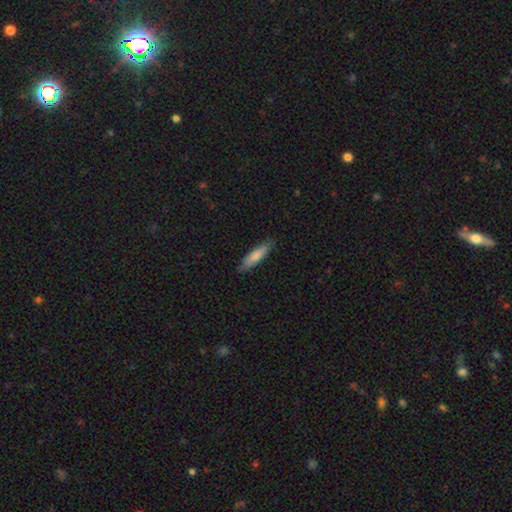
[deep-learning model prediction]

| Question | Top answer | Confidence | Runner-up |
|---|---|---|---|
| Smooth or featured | smooth | 78% | featured or disk (17%) |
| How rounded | cigar-shaped | 73% | in between (26%) |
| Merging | none | 84% | minor disturbance (13%) |